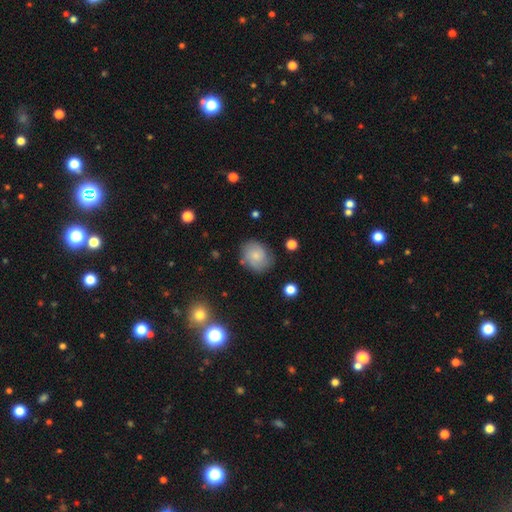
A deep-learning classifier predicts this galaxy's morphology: A smooth galaxy with no disk features (66%) that is round (60%).

Vote fractions:
- Smooth or featured? smooth: 66% / featured or disk: 25% / star or artifact: 9%
- How rounded? round: 60% / in between: 39% / cigar-shaped: 1%
- Merging? none: 74% / minor disturbance: 19% / major disturbance: 5% / merger: 2%